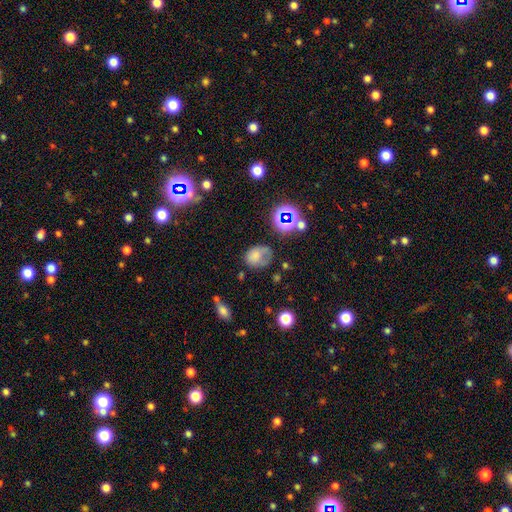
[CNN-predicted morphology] A smooth galaxy with no disk features (66%) that is in between round and cigar-shaped (58%). Merging: none (37%).